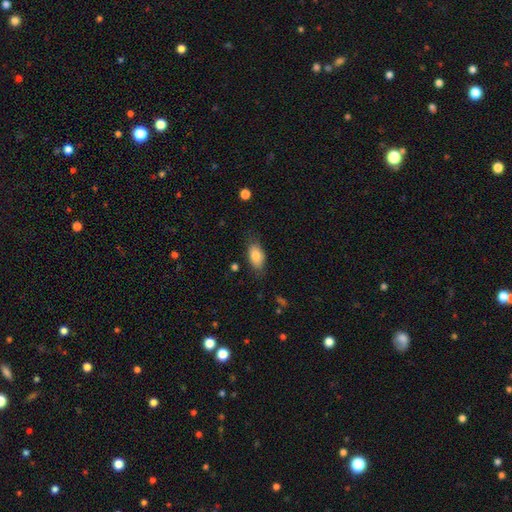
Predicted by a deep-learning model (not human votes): Q: Smooth or featured?
A: smooth (81%); runner-up: featured or disk (12%)
Q: How rounded?
A: in between (90%); runner-up: round (5%)
Q: Merging?
A: none (73%); runner-up: minor disturbance (21%)